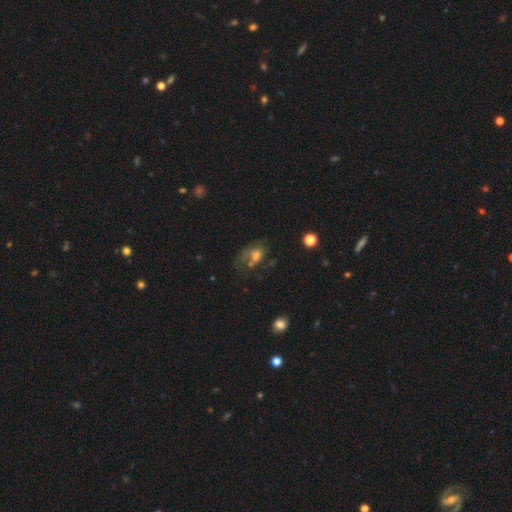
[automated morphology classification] type=smooth (49%); merging=none (32%, tied with major disturbance).